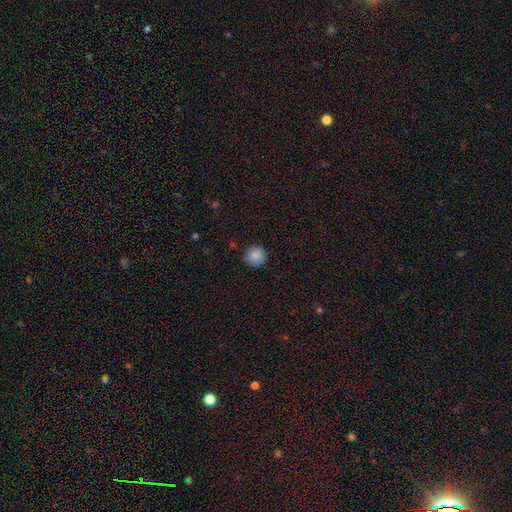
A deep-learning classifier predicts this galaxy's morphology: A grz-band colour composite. It shows a smooth galaxy with no disk features (87%) that is round (94%). Merging: none (88%).